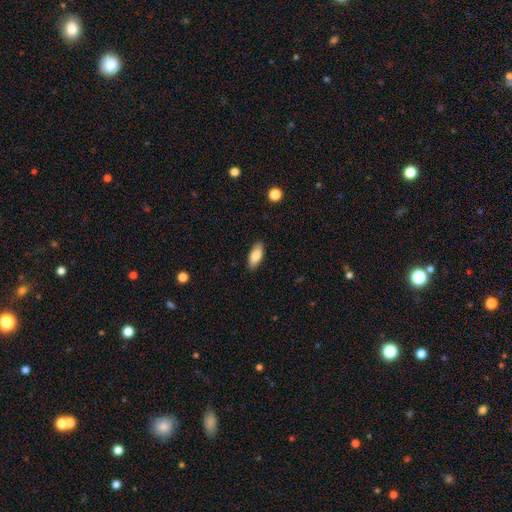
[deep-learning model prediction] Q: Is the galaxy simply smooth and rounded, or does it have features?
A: smooth — 84%.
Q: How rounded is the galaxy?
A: in between — 85%.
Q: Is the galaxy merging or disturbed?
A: none — 87%.